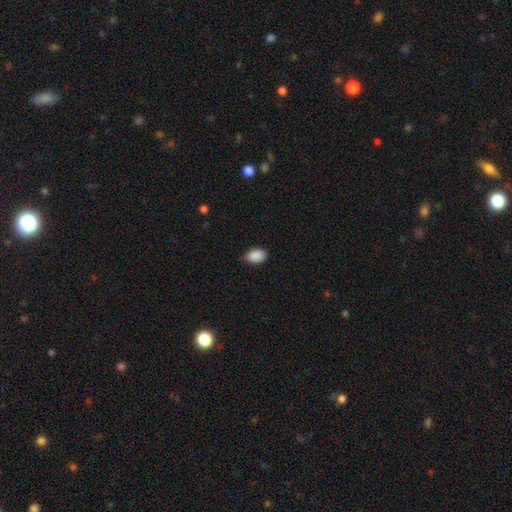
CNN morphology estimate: smooth 90%, star or artifact 7%, featured or disk 3%. Down the decision tree: how rounded — in between (85%); merging — none (73%).